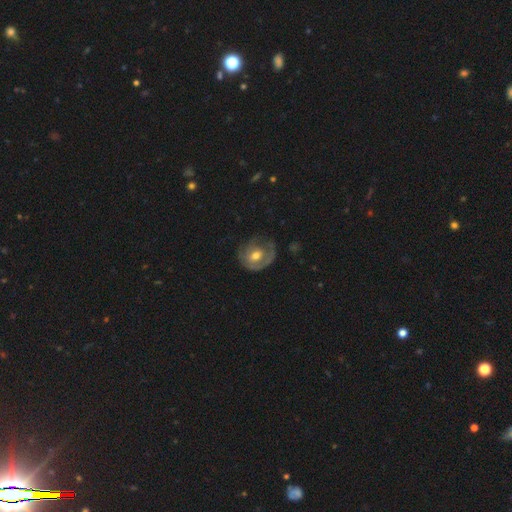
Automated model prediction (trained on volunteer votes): This is likely a featured or disk galaxy (60%). It is clearly not viewed edge-on (96%). Bar: likely no (62%). Spiral arm pattern: likely yes (64%). Central bulge: likely moderate (70%). Merging: possibly none (51%).